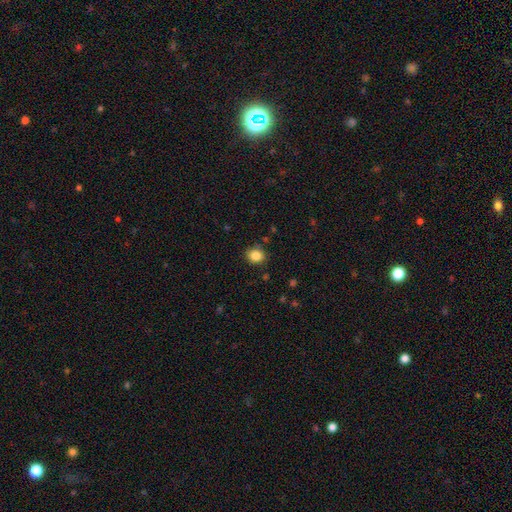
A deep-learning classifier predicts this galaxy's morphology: Smooth or featured?
  - smooth: 84% *
  - star or artifact: 10%
  - featured or disk: 5%
How rounded?
  - round: 73% *
  - in between: 26%
  - cigar-shaped: 1%
Merging?
  - none: 86% *
  - minor disturbance: 10%
  - major disturbance: 2%
  - merger: 2%